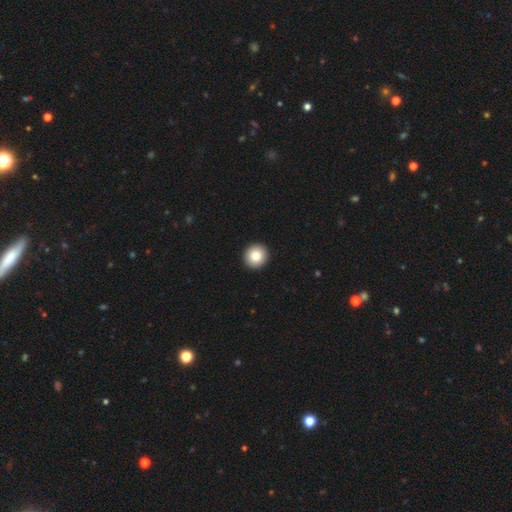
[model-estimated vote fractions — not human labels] This is clearly a smooth galaxy (84%). How rounded: clearly round (92%). Merging: clearly none (94%).